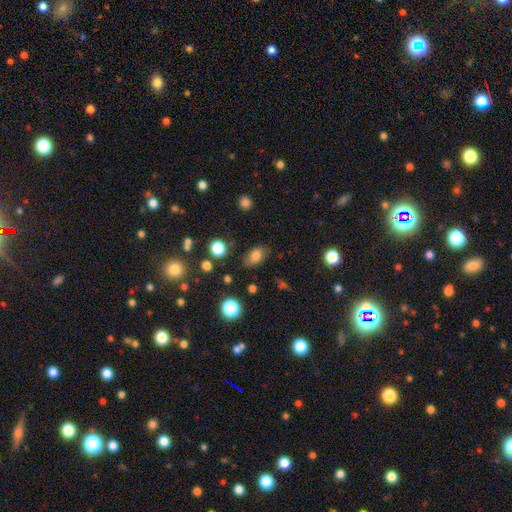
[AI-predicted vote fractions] Q: Smooth or featured?
A: smooth (76%); runner-up: star or artifact (12%)
Q: How rounded?
A: in between (85%); runner-up: round (12%)
Q: Merging?
A: none (75%); runner-up: minor disturbance (18%)